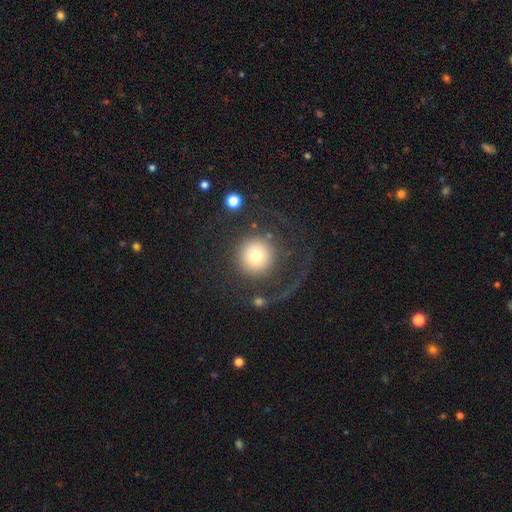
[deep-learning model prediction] smooth-or-featured: smooth: 70% | featured or disk: 19% | star or artifact: 11%
  how-rounded: round: 96% | in between: 3% | cigar-shaped: 1%
  merging: none: 64% | major disturbance: 23% | minor disturbance: 9% | merger: 4%